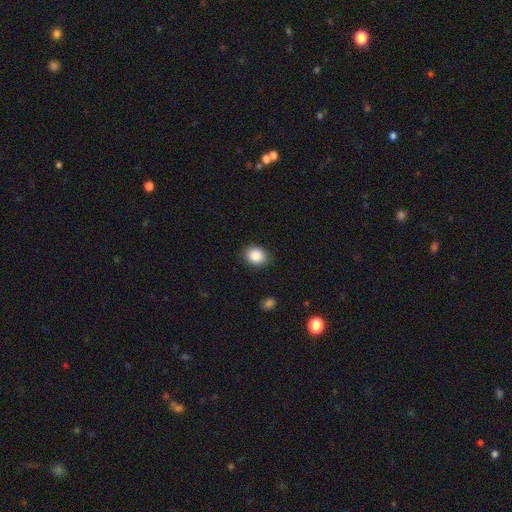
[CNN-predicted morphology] A smooth galaxy with no disk features (88%) that is round (64%).

Vote fractions:
- Smooth or featured? smooth: 88% / star or artifact: 9% / featured or disk: 4%
- How rounded? round: 64% / in between: 35% / cigar-shaped: 1%
- Merging? none: 87% / minor disturbance: 10% / major disturbance: 2% / merger: 1%